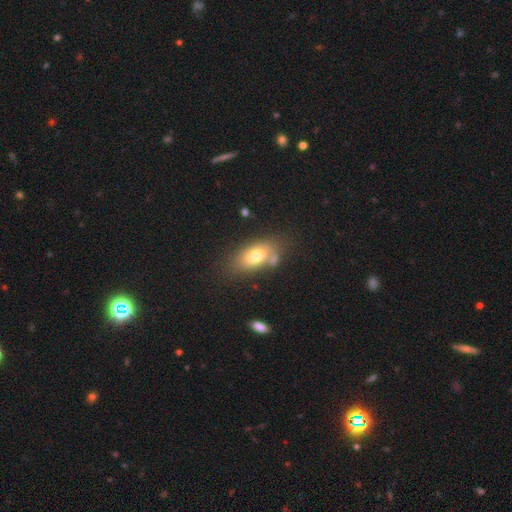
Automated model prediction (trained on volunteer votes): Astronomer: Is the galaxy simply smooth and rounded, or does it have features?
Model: smooth — 71%.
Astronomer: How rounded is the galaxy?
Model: in between — 88%.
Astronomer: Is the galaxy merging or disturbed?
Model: none — 60%.